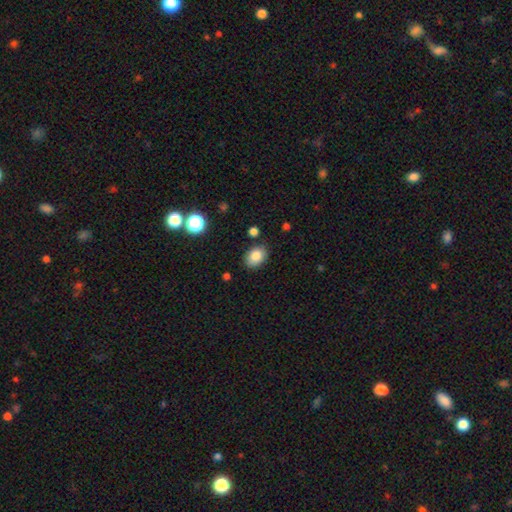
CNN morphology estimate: Smooth or featured: smooth — 84% (star or artifact — 9%)
How rounded: in between — 75% (round — 24%)
Merging: none — 81% (minor disturbance — 13%)